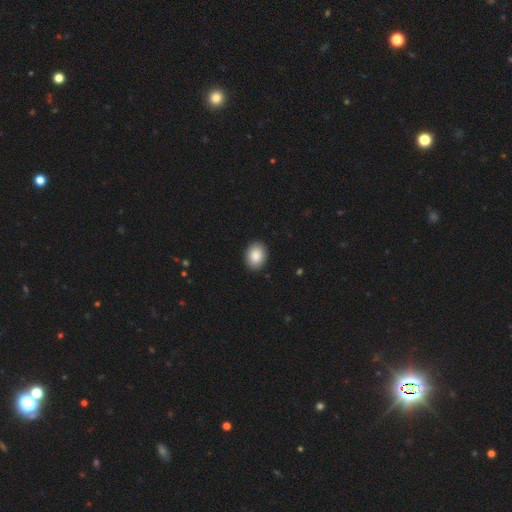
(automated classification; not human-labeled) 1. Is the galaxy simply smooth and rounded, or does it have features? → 88% smooth, 7% star or artifact, 5% featured or disk.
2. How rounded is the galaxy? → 70% in between, 29% round, 1% cigar-shaped.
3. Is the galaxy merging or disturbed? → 91% none, 6% minor disturbance, 2% major disturbance, 1% merger.